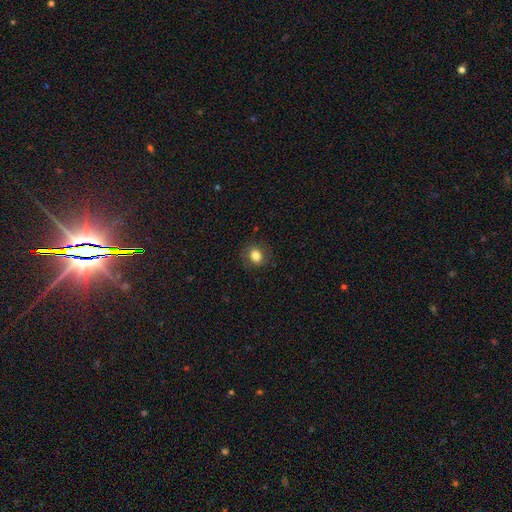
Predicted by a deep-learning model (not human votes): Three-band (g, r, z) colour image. It shows a smooth galaxy with no disk features (81%) that is round (61%). Merging: none (85%).